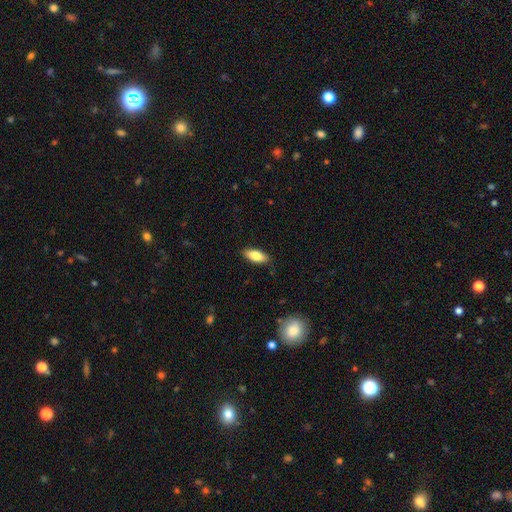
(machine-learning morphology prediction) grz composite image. It shows a smooth galaxy with no disk features (81%) that is in between round and cigar-shaped (80%). Merging: none (87%).